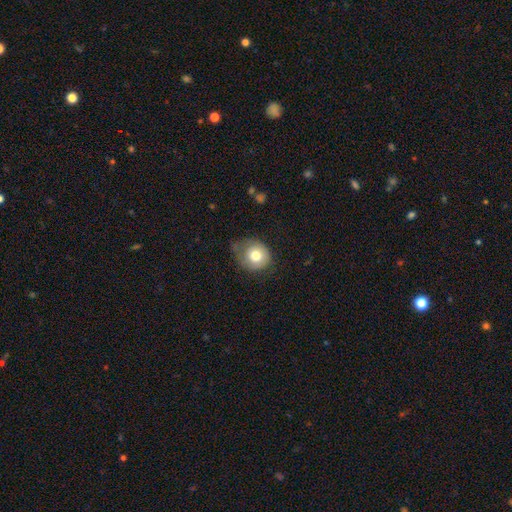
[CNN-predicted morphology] Q: Smooth or featured?
A: smooth (76%); runner-up: featured or disk (15%)
Q: How rounded?
A: round (79%); runner-up: in between (20%)
Q: Merging?
A: none (44%); runner-up: minor disturbance (37%)